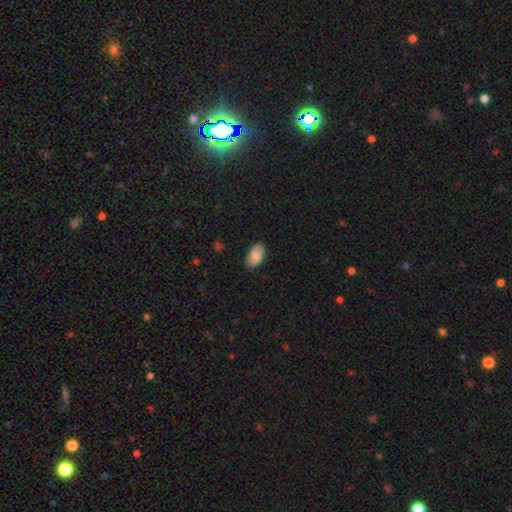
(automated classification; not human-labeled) This is clearly a smooth galaxy (85%). How rounded: clearly in between (94%). Merging: clearly none (84%).